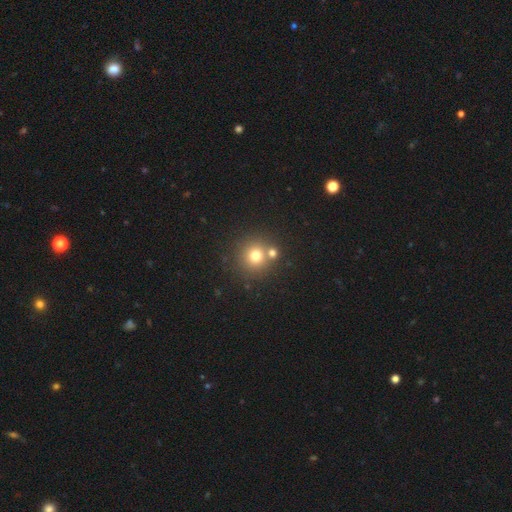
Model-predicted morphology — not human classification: This is likely a smooth galaxy (73%). How rounded: clearly round (92%). Merging: likely none (68%).